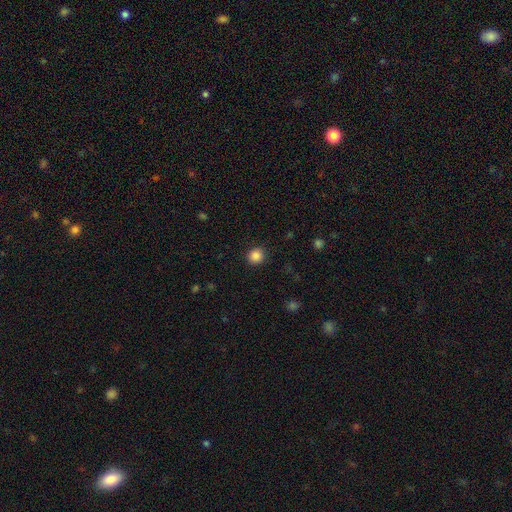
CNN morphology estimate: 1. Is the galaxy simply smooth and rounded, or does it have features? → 87% smooth, 10% star or artifact, 3% featured or disk.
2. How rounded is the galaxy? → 91% round, 8% in between, 1% cigar-shaped.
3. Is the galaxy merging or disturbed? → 91% none, 6% minor disturbance, 2% major disturbance, 1% merger.